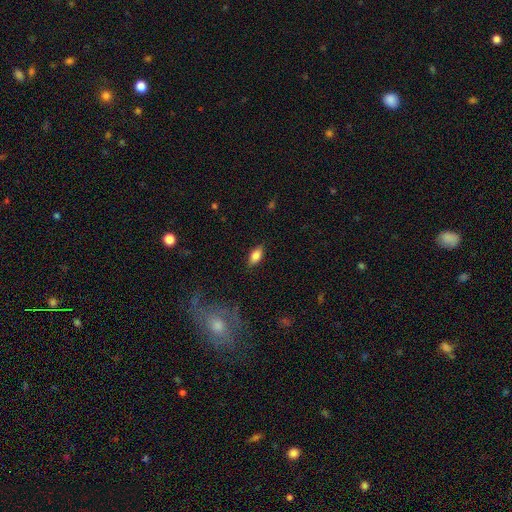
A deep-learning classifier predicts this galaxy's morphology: This is clearly a smooth galaxy (80%). How rounded: clearly in between (87%). Merging: clearly none (86%).